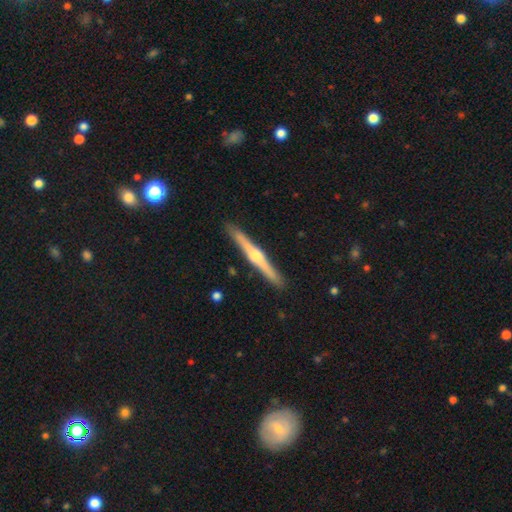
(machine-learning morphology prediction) This appears to be a featured or disk galaxy (75%) viewed edge-on (98%) with a rounded central bulge (89%). Merging: none (92%).